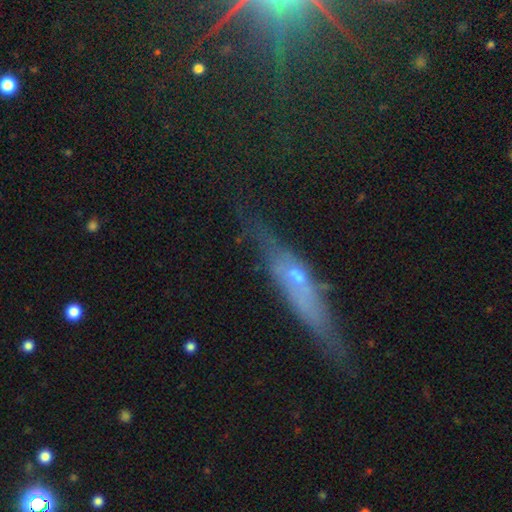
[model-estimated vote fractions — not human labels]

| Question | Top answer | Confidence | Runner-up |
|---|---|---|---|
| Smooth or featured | featured or disk | 46% | smooth (33%) |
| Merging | none | 69% | minor disturbance (20%) |